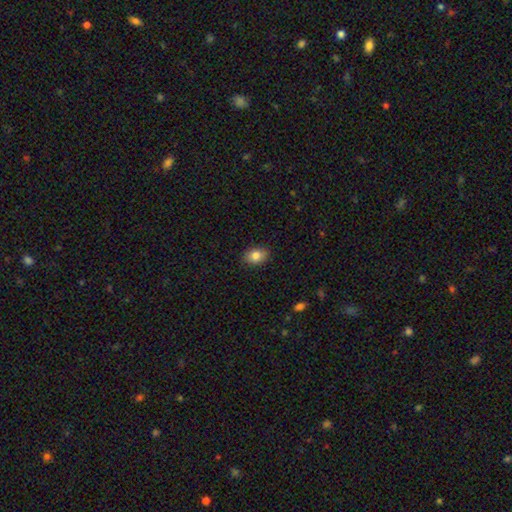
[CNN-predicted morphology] A smooth galaxy with no disk features (84%) that is in between round and cigar-shaped (75%).

Vote fractions:
- Smooth or featured? smooth: 84% / star or artifact: 8% / featured or disk: 7%
- How rounded? in between: 75% / round: 24% / cigar-shaped: 1%
- Merging? none: 88% / minor disturbance: 9% / major disturbance: 2% / merger: 1%